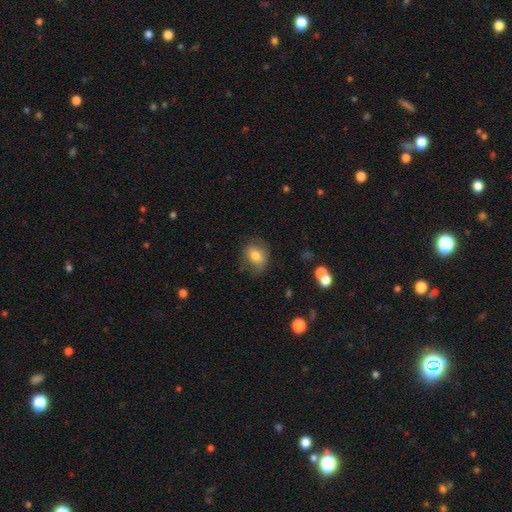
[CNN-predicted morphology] type=smooth (74%); roundness=in between (58%); merging=none (63%).